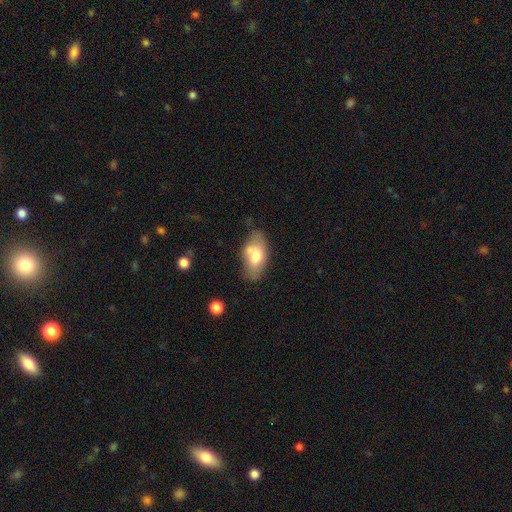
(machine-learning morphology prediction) Smooth or featured? smooth (69%)
How rounded? in between (92%)
Merging? none (56%)